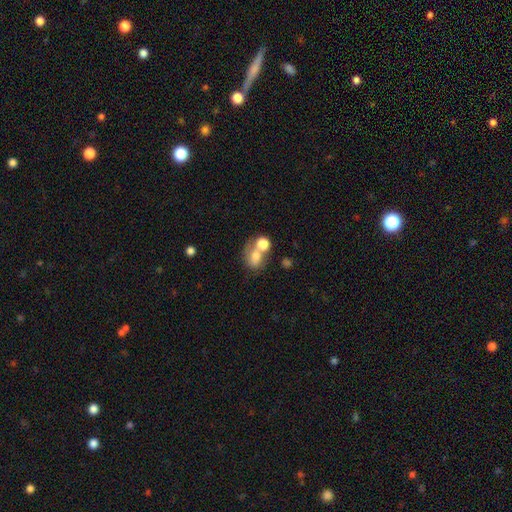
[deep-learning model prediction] Smooth or featured? Predicted: smooth (p=0.72). How rounded? Predicted: in between (p=0.50). Merging? Predicted: merger (p=0.53).